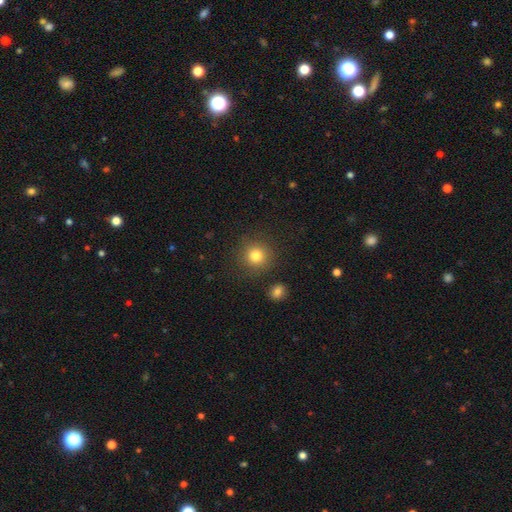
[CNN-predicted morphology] smooth_or_featured: smooth (p=0.81) [alt: star or artifact p=0.12]
how_rounded: round (p=0.93) [alt: in between p=0.06]
merging: none (p=0.86) [alt: minor disturbance p=0.07]